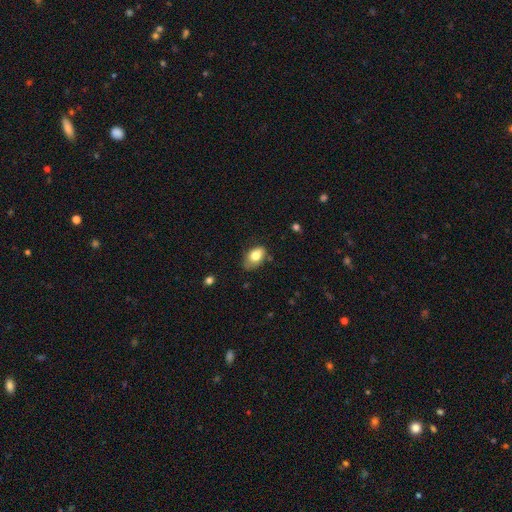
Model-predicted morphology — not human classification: This is likely a smooth galaxy (77%). How rounded: clearly in between (89%). Merging: possibly none (56%).